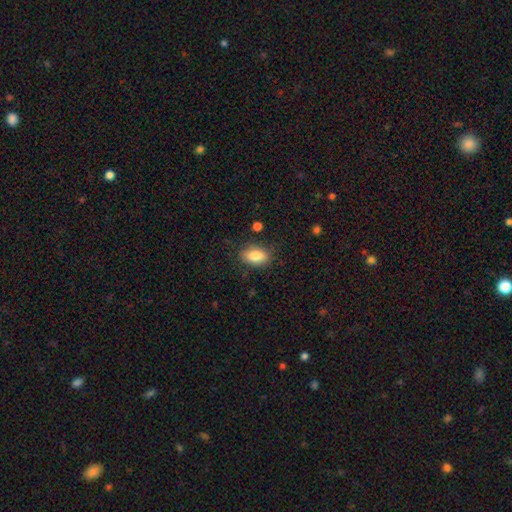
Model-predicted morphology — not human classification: The model was most divided on "merging": none: 82%, minor disturbance: 13%, major disturbance: 3%, merger: 2%. More confident: how rounded — in between (89%); smooth or featured — smooth (83%).